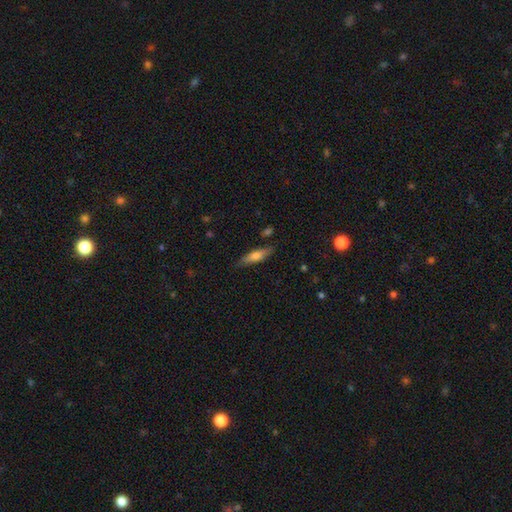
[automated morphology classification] A smooth galaxy with no disk features (54%) that is cigar-shaped (70%). Merging: none (82%).